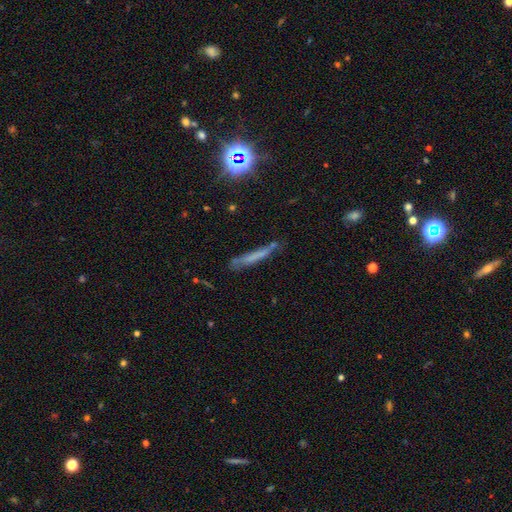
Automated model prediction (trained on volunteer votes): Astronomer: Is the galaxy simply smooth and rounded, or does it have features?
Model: smooth — 48% (runner-up: featured or disk, 34%).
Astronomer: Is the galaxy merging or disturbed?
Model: none — 66%.